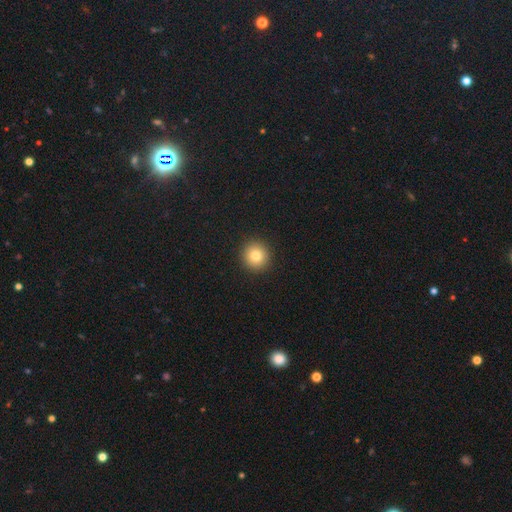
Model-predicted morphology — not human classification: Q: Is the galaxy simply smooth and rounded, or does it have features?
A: smooth — 82%.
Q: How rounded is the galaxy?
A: round — 94%.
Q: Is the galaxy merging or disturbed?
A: none — 93%.